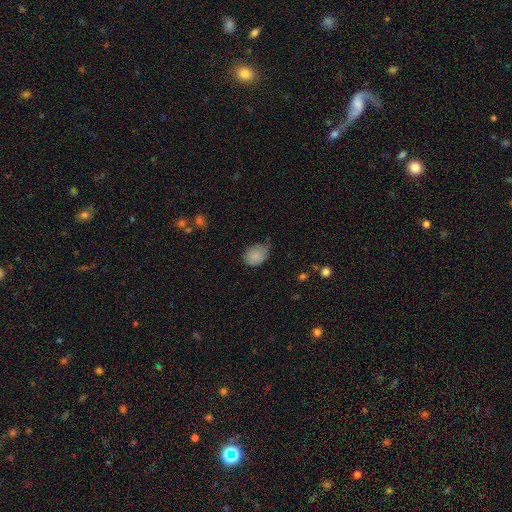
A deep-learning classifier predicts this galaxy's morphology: smooth 82%, featured or disk 10%, star or artifact 8%. Down the decision tree: how rounded — in between (65%); merging — minor disturbance (44%, tied with none).